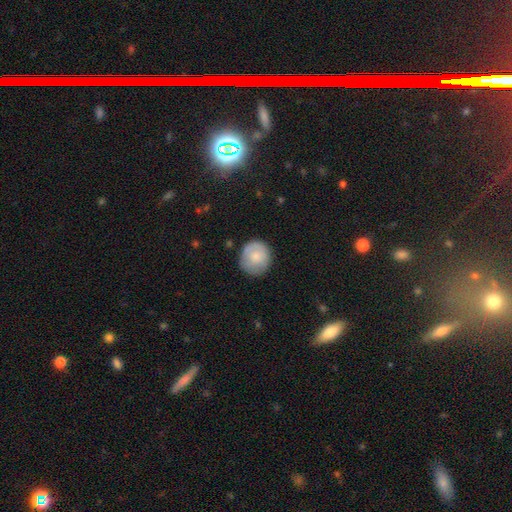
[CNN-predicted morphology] Smooth or featured?
  - smooth: 76% *
  - featured or disk: 18%
  - star or artifact: 6%
How rounded?
  - round: 85% *
  - in between: 14%
  - cigar-shaped: 1%
Merging?
  - none: 79% *
  - minor disturbance: 16%
  - major disturbance: 4%
  - merger: 1%